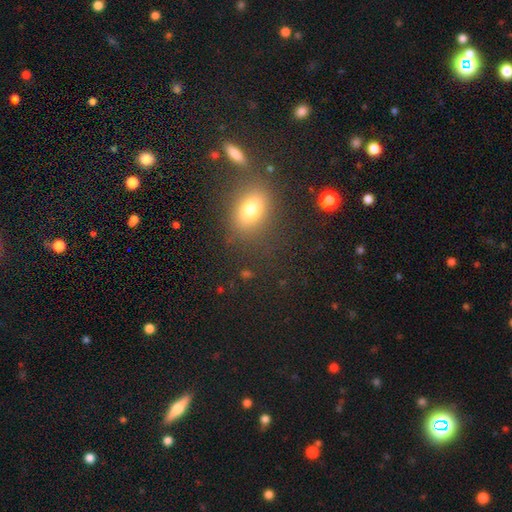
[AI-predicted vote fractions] A smooth galaxy with no disk features (61%) that is in between round and cigar-shaped (60%).

Vote fractions:
- Smooth or featured? smooth: 61% / star or artifact: 29% / featured or disk: 9%
- How rounded? in between: 60% / round: 38% / cigar-shaped: 3%
- Merging? none: 78% / minor disturbance: 10% / merger: 7% / major disturbance: 4%